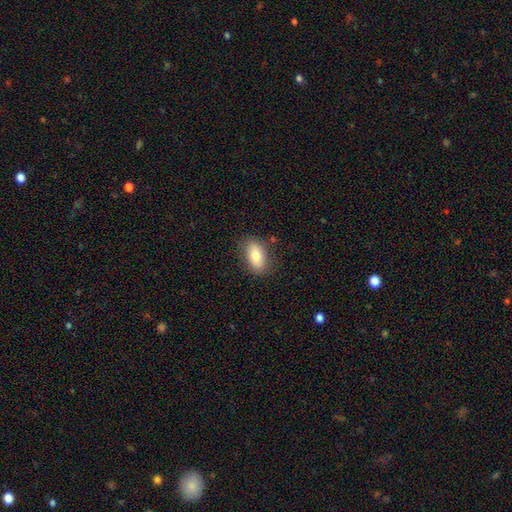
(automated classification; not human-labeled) Overall: smooth (78%). How rounded: in between (90%). Merging: none (82%).